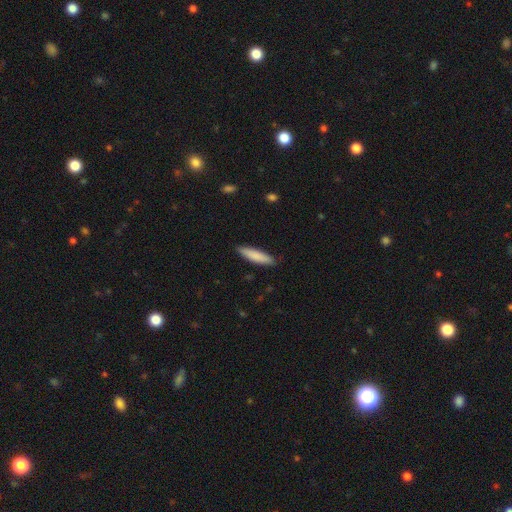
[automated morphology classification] The model was most divided on "how rounded": cigar-shaped: 78%, in between: 21%, round: 1%. More confident: merging — none (87%); smooth or featured — smooth (84%).